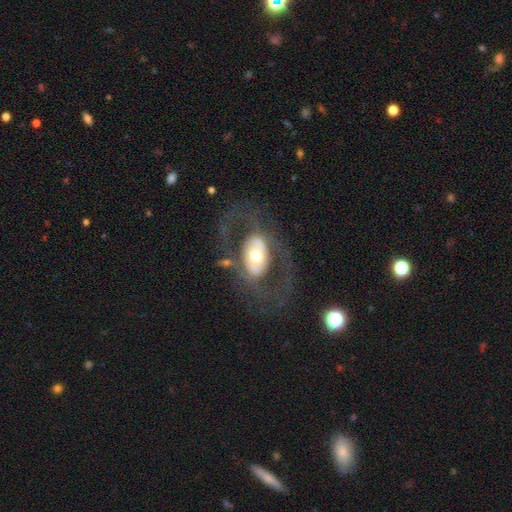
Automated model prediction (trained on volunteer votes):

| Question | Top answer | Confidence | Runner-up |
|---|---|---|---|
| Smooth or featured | featured or disk | 65% | smooth (29%) |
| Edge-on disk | no | 92% | yes (8%) |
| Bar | no | 63% | weak (20%) |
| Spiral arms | no | 55% | yes (45%) |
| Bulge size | moderate | 65% | large (17%) |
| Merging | none | 62% | major disturbance (21%) |